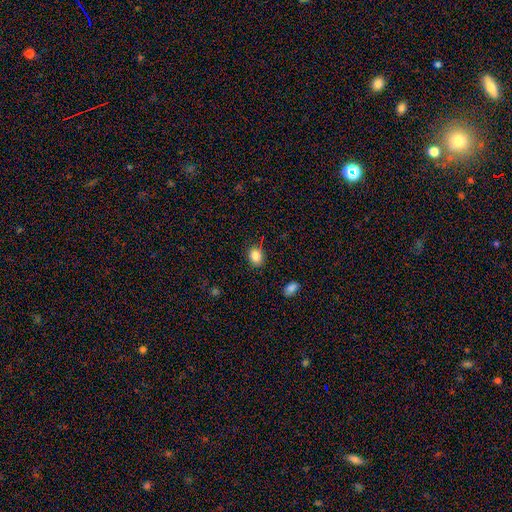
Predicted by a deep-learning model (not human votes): This appears to be a smooth galaxy with no disk features (85%) that is round (54%). Merging: none (83%).